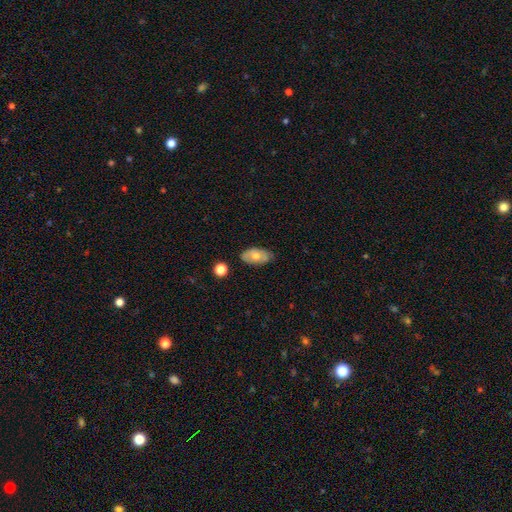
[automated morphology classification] Smooth or featured? smooth (59%)
How rounded? in between (92%)
Merging? none (74%)